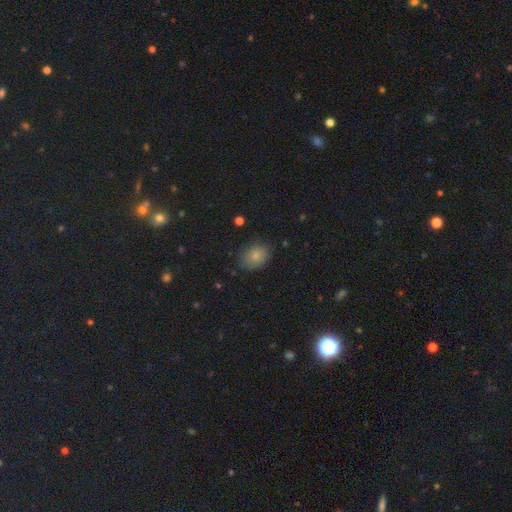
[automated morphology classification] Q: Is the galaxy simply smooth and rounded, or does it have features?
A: smooth — 81%.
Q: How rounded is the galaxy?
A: in between — 68%.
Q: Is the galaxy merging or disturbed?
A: none — 82%.